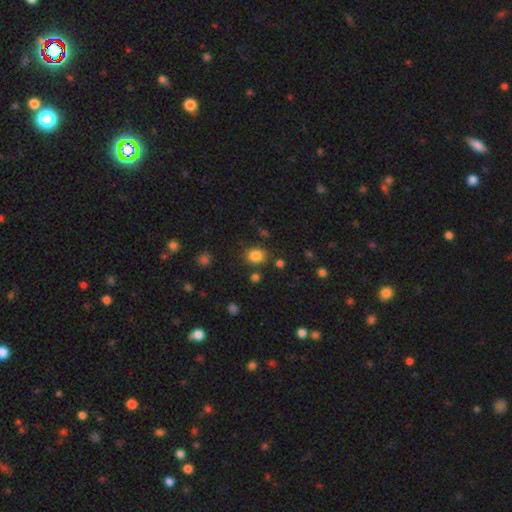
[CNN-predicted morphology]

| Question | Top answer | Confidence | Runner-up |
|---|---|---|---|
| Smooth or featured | smooth | 83% | star or artifact (12%) |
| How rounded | round | 53% | in between (46%) |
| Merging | none | 80% | minor disturbance (11%) |